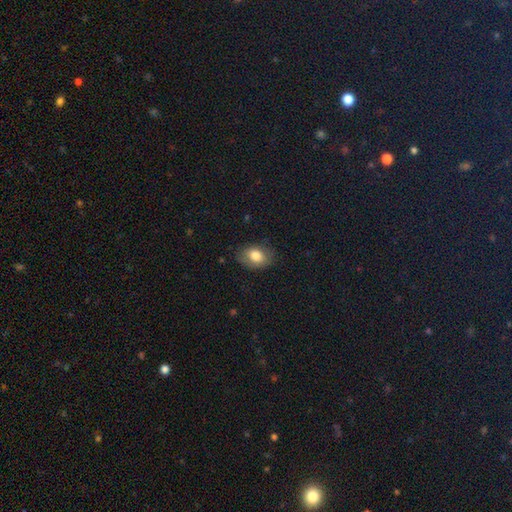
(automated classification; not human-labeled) Q: Smooth or featured?
A: smooth (79%); runner-up: featured or disk (14%)
Q: How rounded?
A: in between (80%); runner-up: round (19%)
Q: Merging?
A: none (78%); runner-up: minor disturbance (17%)